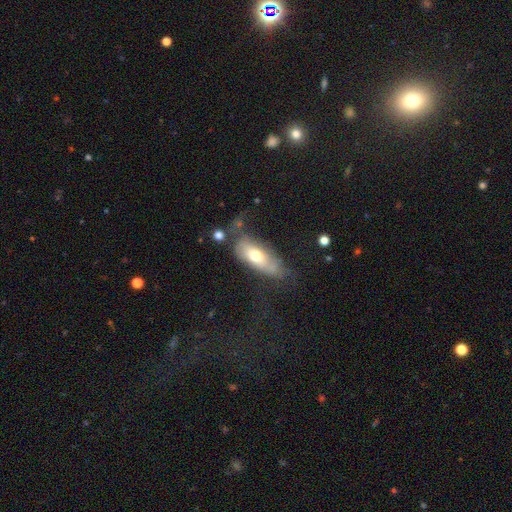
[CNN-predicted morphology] Smooth or featured?
  - smooth: 59% *
  - featured or disk: 34%
  - star or artifact: 7%
How rounded?
  - in between: 79% *
  - cigar-shaped: 18%
  - round: 3%
Merging?
  - none: 45% *
  - minor disturbance: 28%
  - major disturbance: 20%
  - merger: 7%